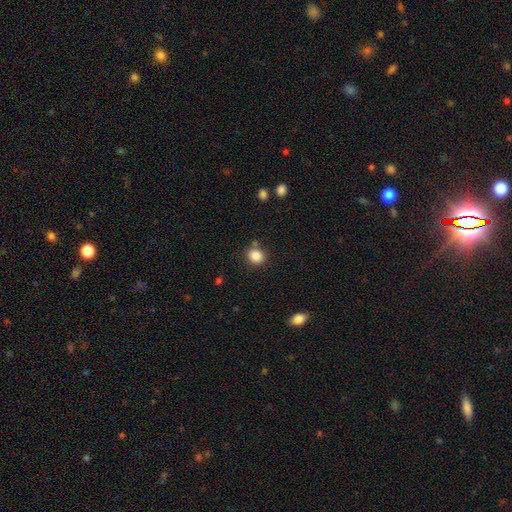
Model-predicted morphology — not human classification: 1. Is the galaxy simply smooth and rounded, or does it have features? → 87% smooth, 10% star or artifact, 4% featured or disk.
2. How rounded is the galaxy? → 77% round, 22% in between, 1% cigar-shaped.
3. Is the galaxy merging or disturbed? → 79% none, 11% minor disturbance, 6% merger, 4% major disturbance.